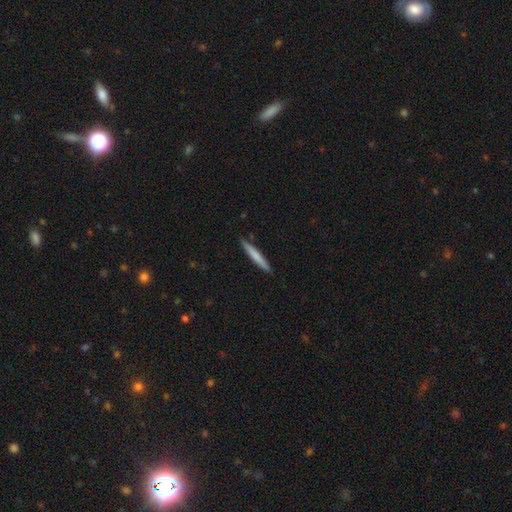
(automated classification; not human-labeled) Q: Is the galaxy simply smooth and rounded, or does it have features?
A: smooth — 70%.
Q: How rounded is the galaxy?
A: cigar-shaped — 96%.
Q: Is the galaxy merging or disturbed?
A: none — 90%.